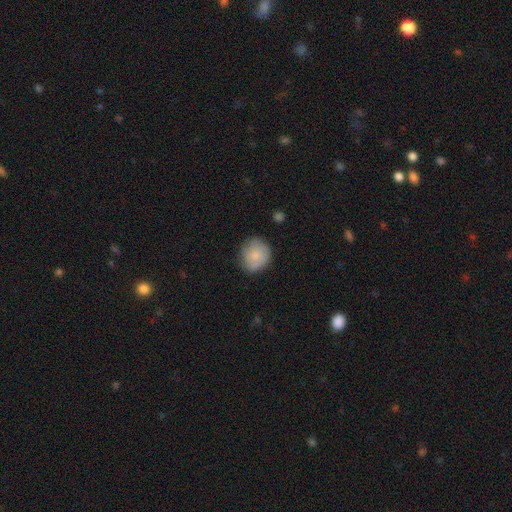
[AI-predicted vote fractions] Smooth or featured? smooth (77%)
How rounded? round (85%)
Merging? none (73%)